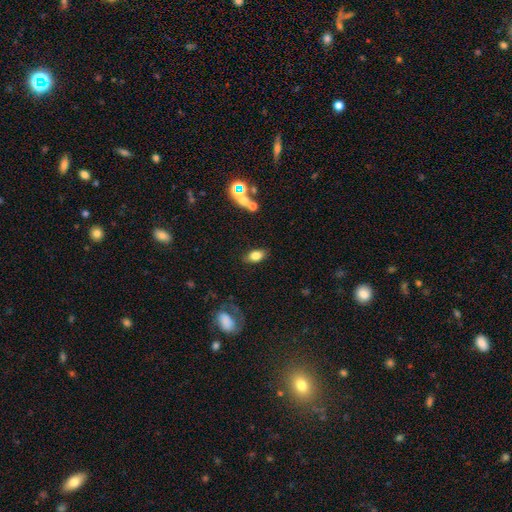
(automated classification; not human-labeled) Smooth or featured?
  - smooth: 77% *
  - featured or disk: 13%
  - star or artifact: 10%
How rounded?
  - in between: 88% *
  - round: 8%
  - cigar-shaped: 5%
Merging?
  - none: 80% *
  - minor disturbance: 12%
  - major disturbance: 4%
  - merger: 4%